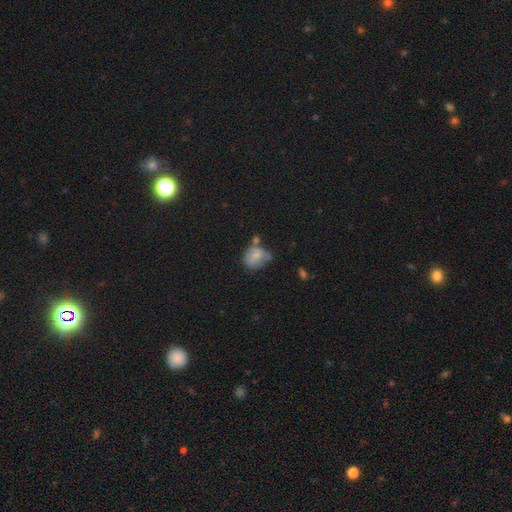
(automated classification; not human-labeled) This appears to be a smooth galaxy with no disk features (71%) that is round (56%). Merging: none (38%).